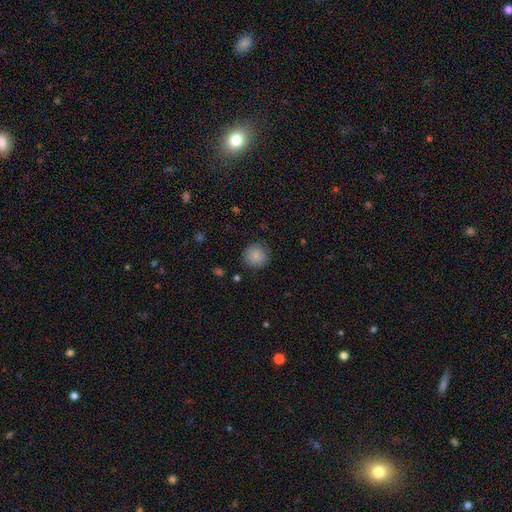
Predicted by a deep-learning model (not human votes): This is clearly a smooth galaxy (88%). How rounded: clearly round (92%). Merging: clearly none (87%).